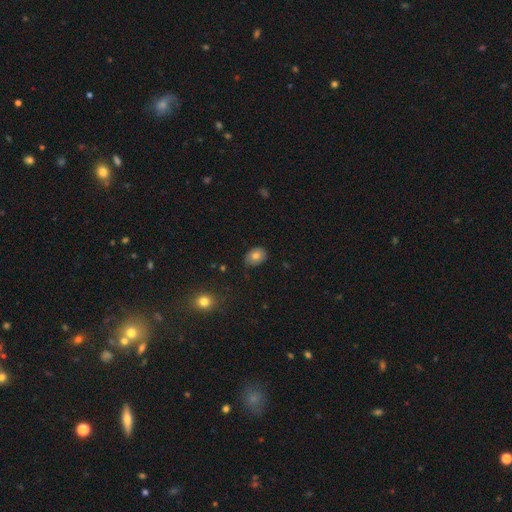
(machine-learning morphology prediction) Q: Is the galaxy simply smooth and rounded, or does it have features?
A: smooth — 78%.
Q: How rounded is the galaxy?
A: in between — 61%.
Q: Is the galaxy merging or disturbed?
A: none — 69%.